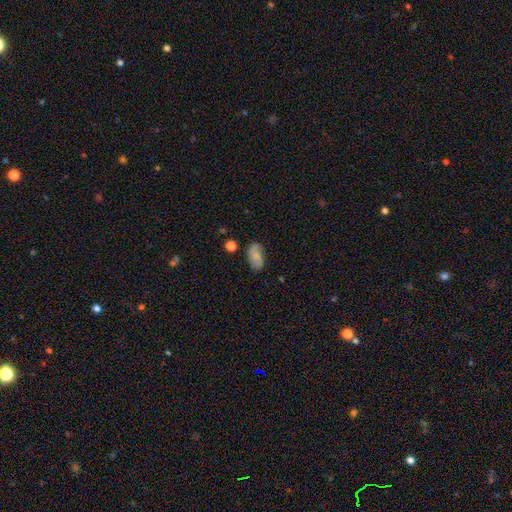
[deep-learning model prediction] A smooth galaxy with no disk features (69%) that is in between round and cigar-shaped (92%). Merging: none (73%).